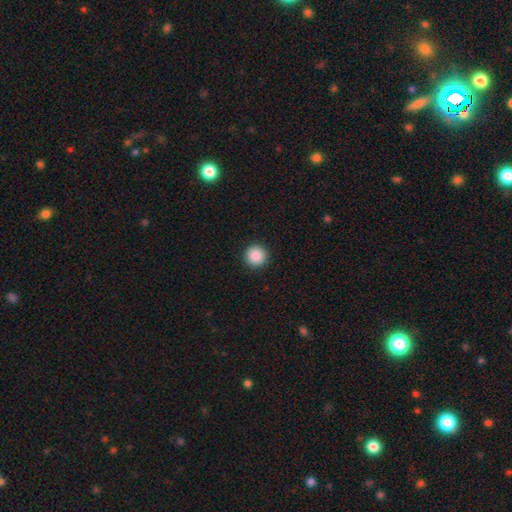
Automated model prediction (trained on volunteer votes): A smooth galaxy with no disk features (88%) that is round (96%).

Vote fractions:
- Smooth or featured? smooth: 88% / star or artifact: 9% / featured or disk: 3%
- How rounded? round: 96% / in between: 3% / cigar-shaped: 1%
- Merging? none: 93% / minor disturbance: 4% / major disturbance: 2% / merger: 1%